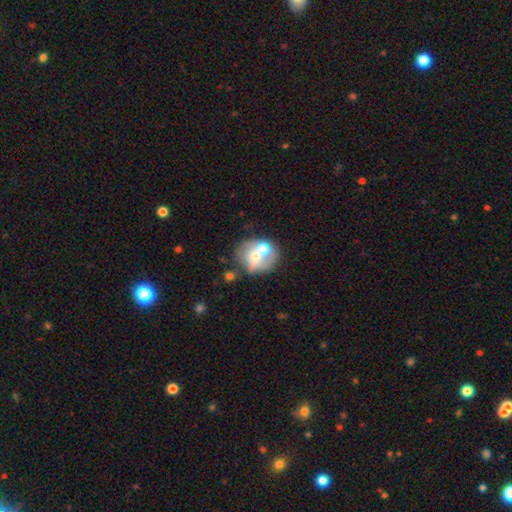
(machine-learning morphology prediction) The model was most divided on "merging": merger: 42%, none: 35%, minor disturbance: 14%, major disturbance: 9%. More confident: how rounded — round (68%); smooth or featured — smooth (50%).